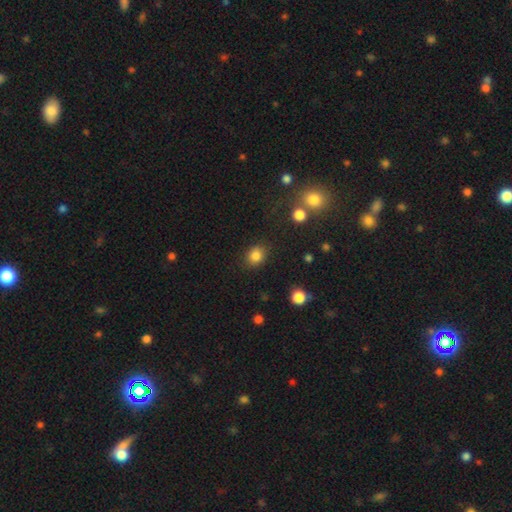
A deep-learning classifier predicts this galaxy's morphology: Overall: smooth (84%). How rounded: round (59%; in between 40%). Merging: none (85%).